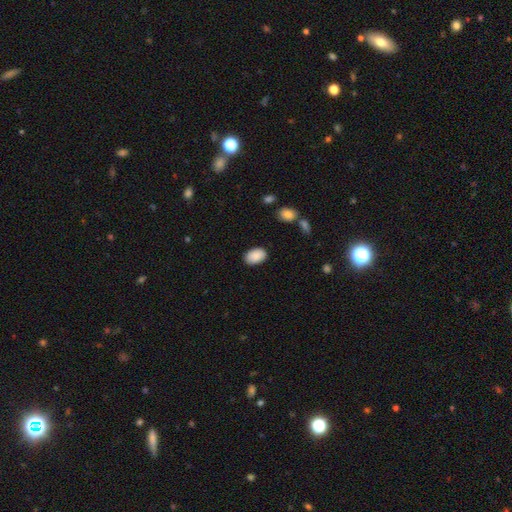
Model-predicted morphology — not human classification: type=smooth (90%); roundness=in between (87%); merging=none (86%).